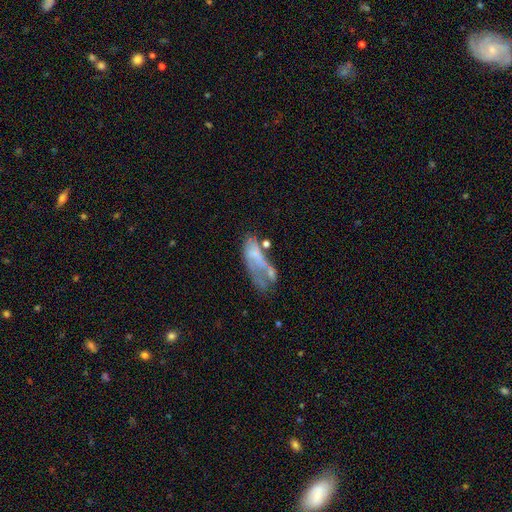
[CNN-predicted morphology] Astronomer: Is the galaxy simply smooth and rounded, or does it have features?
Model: featured or disk — 50% (runner-up: smooth, 39%).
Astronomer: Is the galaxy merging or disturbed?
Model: major disturbance — 36% (runner-up: merger, 24%).